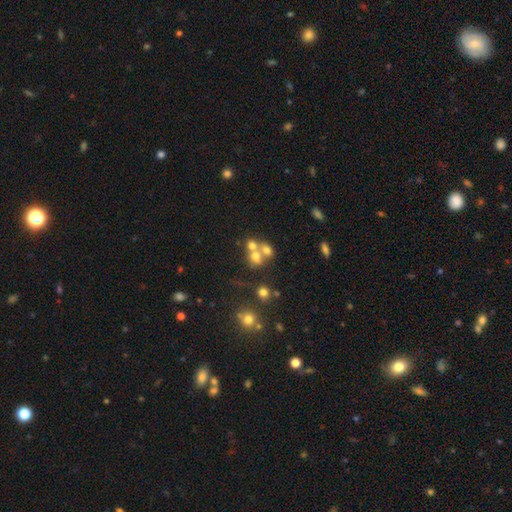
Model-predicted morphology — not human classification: Smooth or featured? smooth (58%)
How rounded? round (62%)
Merging? merger (55%)